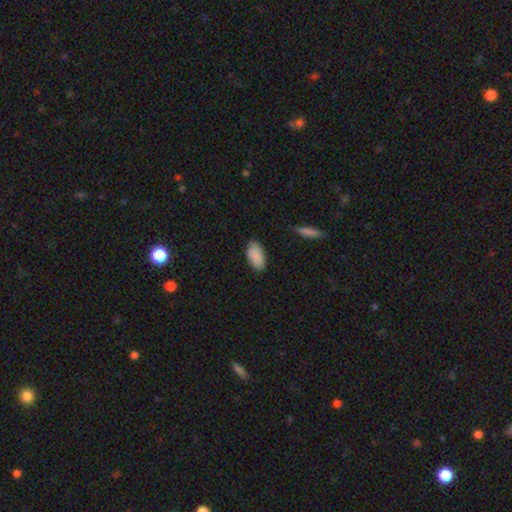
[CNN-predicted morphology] This appears to be a smooth galaxy with no disk features (89%) that is in between round and cigar-shaped (94%). Merging: none (81%).